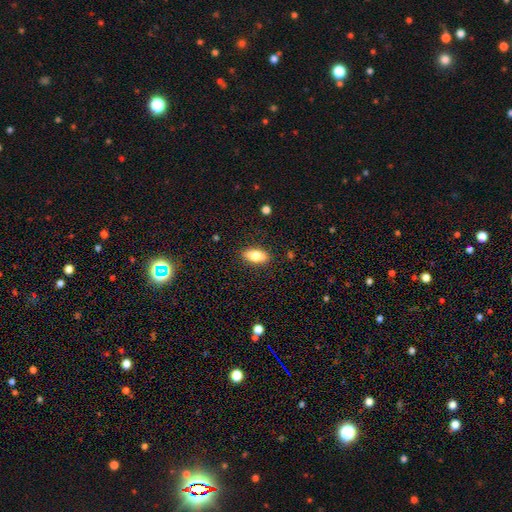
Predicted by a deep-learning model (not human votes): Smooth or featured? smooth (80%)
How rounded? in between (86%)
Merging? none (87%)